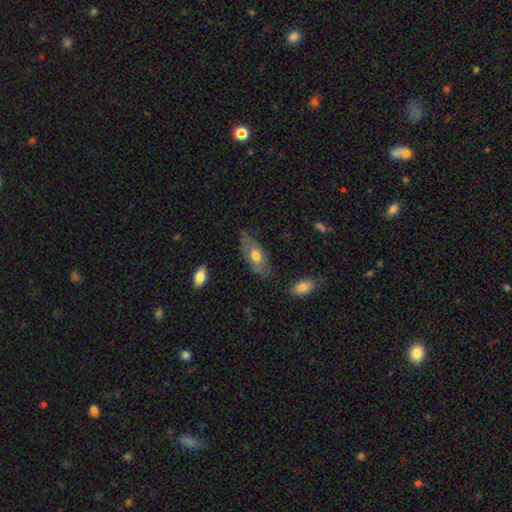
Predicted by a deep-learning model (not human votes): The model was most divided on "smooth or featured": smooth: 60%, featured or disk: 34%, star or artifact: 6%. More confident: how rounded — in between (82%); merging — none (64%).